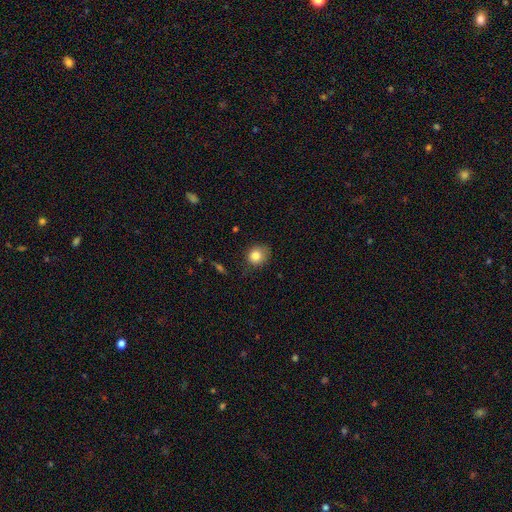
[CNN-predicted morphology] A smooth galaxy with no disk features (82%) that is round (77%).

Vote fractions:
- Smooth or featured? smooth: 82% / star or artifact: 10% / featured or disk: 7%
- How rounded? round: 77% / in between: 22% / cigar-shaped: 1%
- Merging? none: 69% / minor disturbance: 24% / major disturbance: 6% / merger: 2%